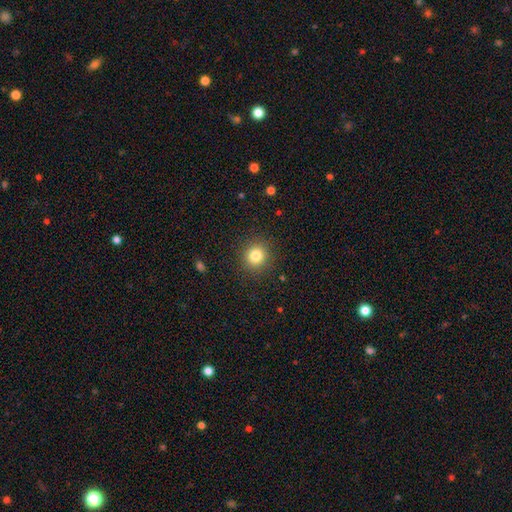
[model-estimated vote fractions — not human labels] Morphology: type=smooth (82%); roundness=round (89%); merging=none (90%).